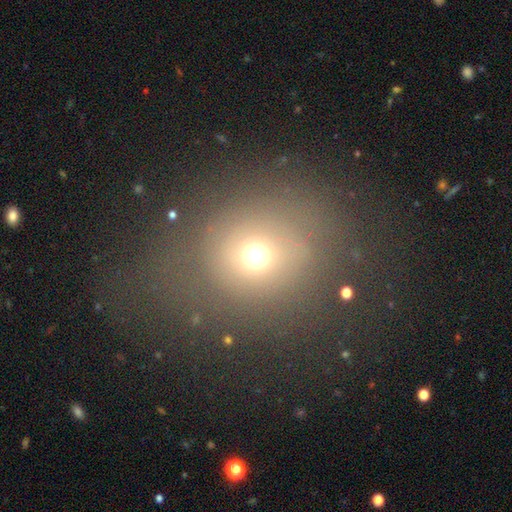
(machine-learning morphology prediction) This is likely a smooth galaxy (66%). How rounded: clearly round (84%). Merging: likely none (70%).